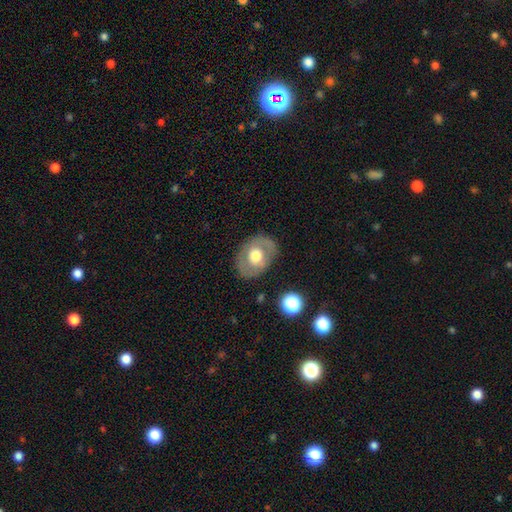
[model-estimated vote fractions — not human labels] Overall: smooth (47%; featured or disk 46%). Merging: none (80%).